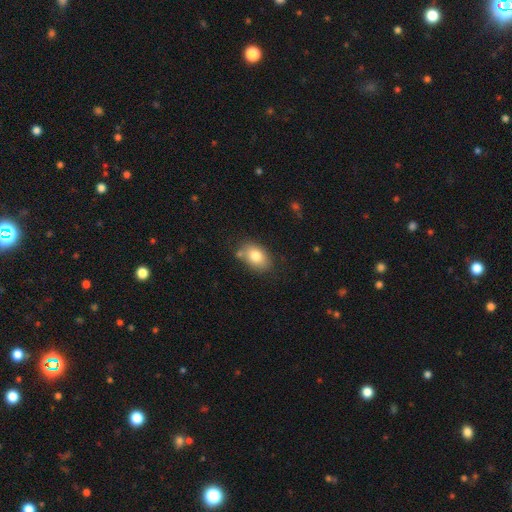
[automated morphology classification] A smooth galaxy with no disk features (79%) that is in between round and cigar-shaped (84%).

Vote fractions:
- Smooth or featured? smooth: 79% / featured or disk: 13% / star or artifact: 8%
- How rounded? in between: 84% / round: 15% / cigar-shaped: 1%
- Merging? none: 72% / minor disturbance: 17% / merger: 7% / major disturbance: 4%